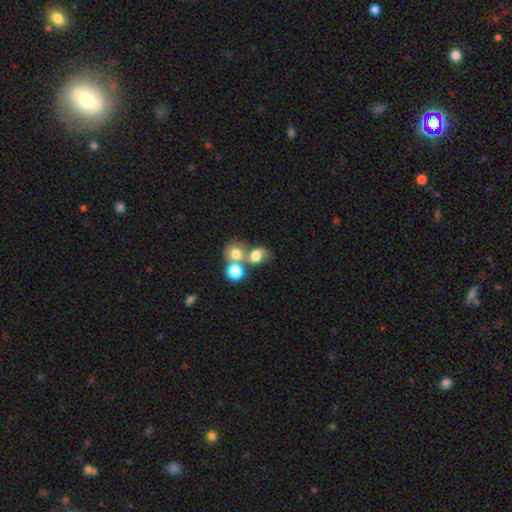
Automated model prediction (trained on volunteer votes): Smooth or featured? Predicted: smooth (p=0.68). How rounded? Predicted: round (p=0.53). Merging? Predicted: merger (p=0.47).